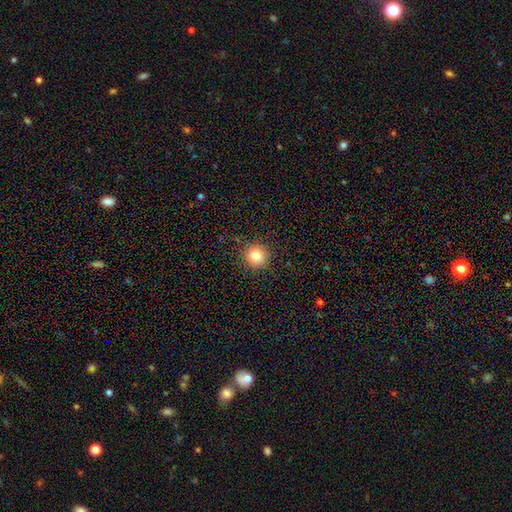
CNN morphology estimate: smooth_or_featured: smooth (p=0.83) [alt: star or artifact p=0.11]
how_rounded: round (p=0.95) [alt: in between p=0.04]
merging: none (p=0.91) [alt: minor disturbance p=0.06]